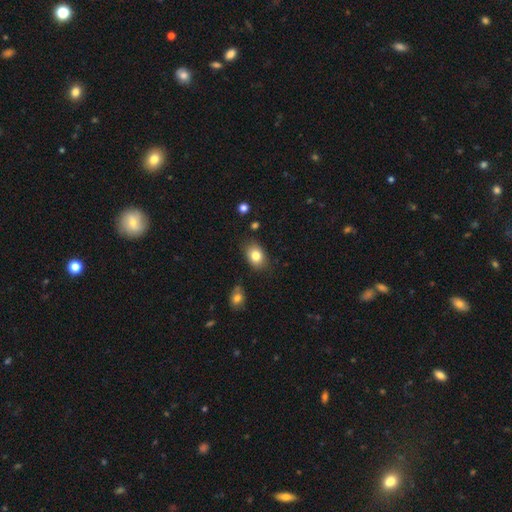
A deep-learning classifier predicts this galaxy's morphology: A smooth galaxy with no disk features (81%) that is in between round and cigar-shaped (79%). Merging: none (80%).